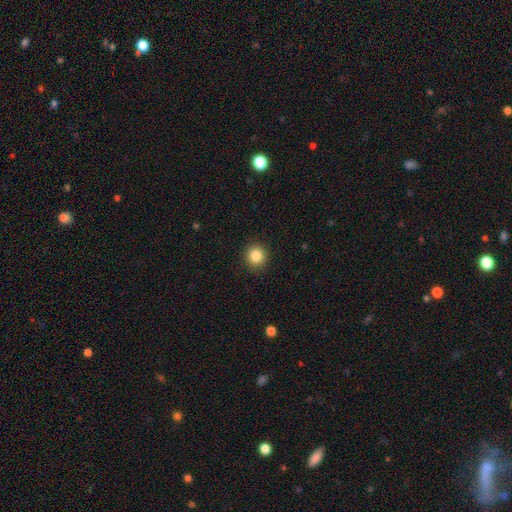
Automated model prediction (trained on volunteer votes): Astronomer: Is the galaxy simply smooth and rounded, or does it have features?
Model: smooth — 86%.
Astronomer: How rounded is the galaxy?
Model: round — 90%.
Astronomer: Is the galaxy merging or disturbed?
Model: none — 91%.